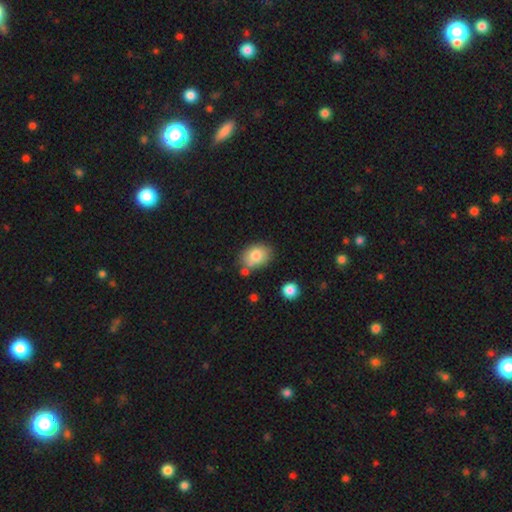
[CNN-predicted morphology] Smooth or featured: smooth — 81% (featured or disk — 11%)
How rounded: in between — 76% (round — 23%)
Merging: none — 69% (minor disturbance — 18%)